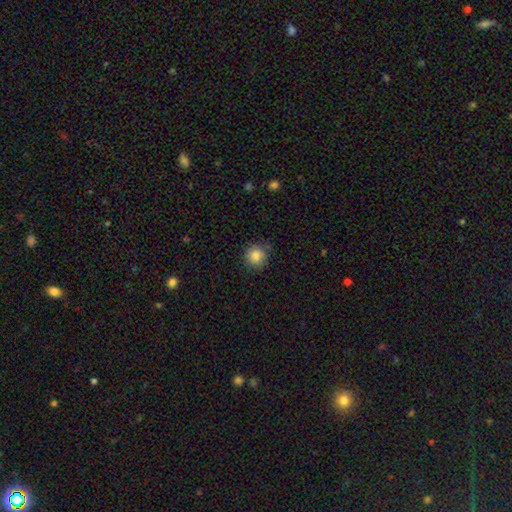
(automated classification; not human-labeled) Morphology: type=smooth (85%); roundness=round (92%); merging=none (83%).